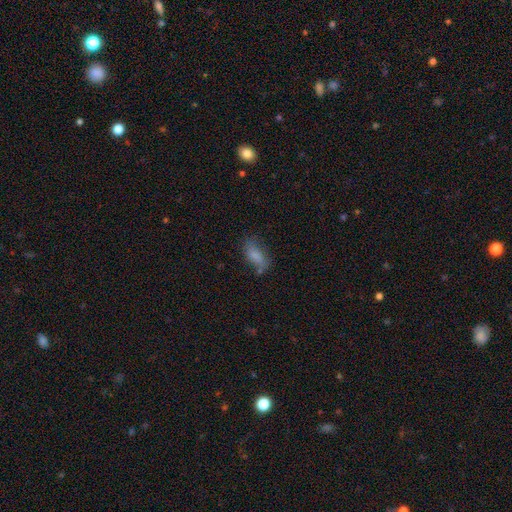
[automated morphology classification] Q: Smooth or featured?
A: smooth (79%); runner-up: featured or disk (11%)
Q: How rounded?
A: in between (82%); runner-up: cigar-shaped (15%)
Q: Merging?
A: none (56%); runner-up: minor disturbance (26%)